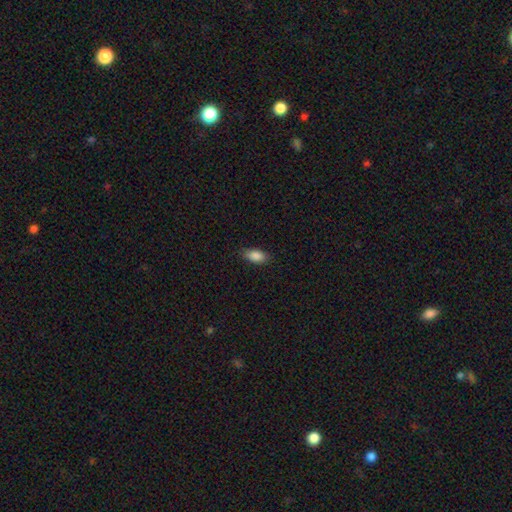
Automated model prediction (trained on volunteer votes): Morphology: type=smooth (88%); roundness=in between (89%); merging=none (84%).